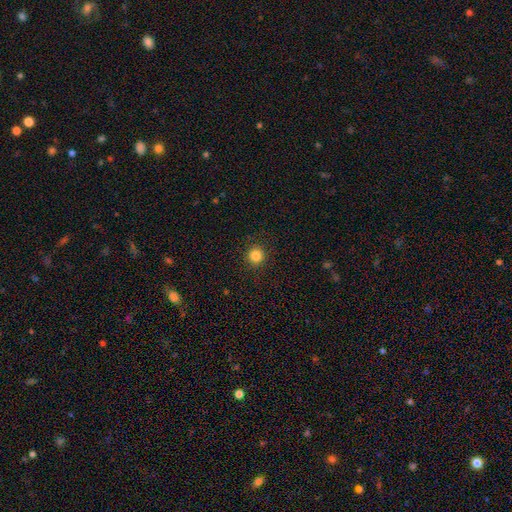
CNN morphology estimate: smooth-or-featured: smooth: 84% | star or artifact: 11% | featured or disk: 4%
  how-rounded: round: 95% | in between: 4% | cigar-shaped: 1%
  merging: none: 92% | minor disturbance: 5% | major disturbance: 2% | merger: 1%